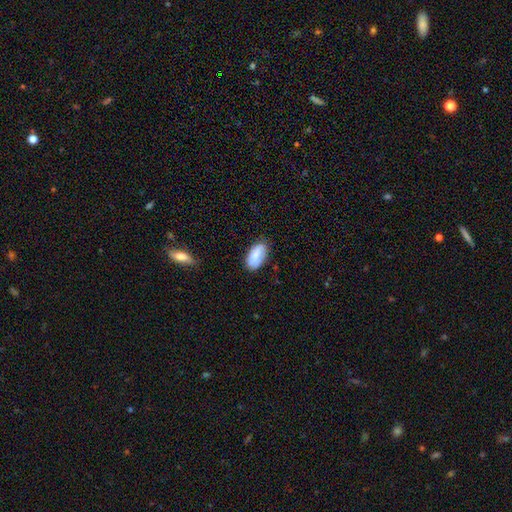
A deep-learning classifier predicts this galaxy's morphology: Smooth or featured: smooth — 78% (featured or disk — 15%)
How rounded: in between — 94% (cigar-shaped — 3%)
Merging: none — 77% (minor disturbance — 18%)